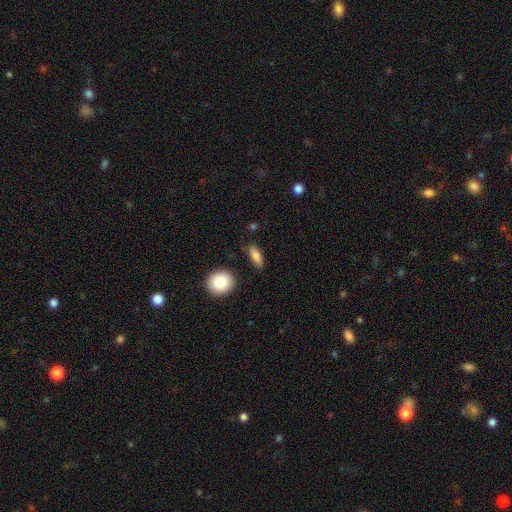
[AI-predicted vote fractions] smooth-or-featured: smooth: 81% | featured or disk: 11% | star or artifact: 7%
  how-rounded: in between: 71% | cigar-shaped: 22% | round: 7%
  merging: none: 81% | minor disturbance: 13% | major disturbance: 3% | merger: 3%